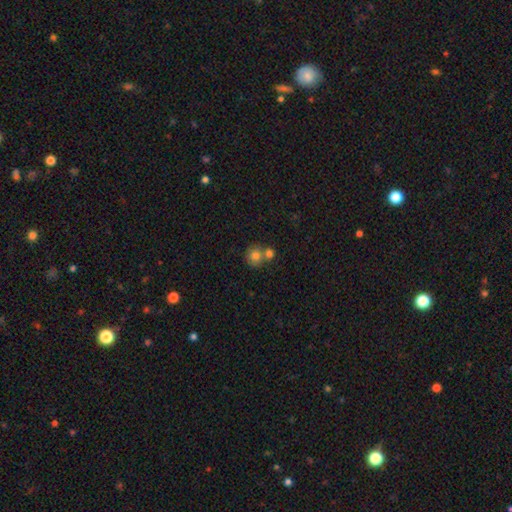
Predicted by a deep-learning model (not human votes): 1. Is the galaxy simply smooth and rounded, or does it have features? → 80% smooth, 10% featured or disk, 10% star or artifact.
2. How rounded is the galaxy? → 86% round, 13% in between, 1% cigar-shaped.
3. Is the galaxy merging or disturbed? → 48% none, 39% merger, 9% minor disturbance, 3% major disturbance.